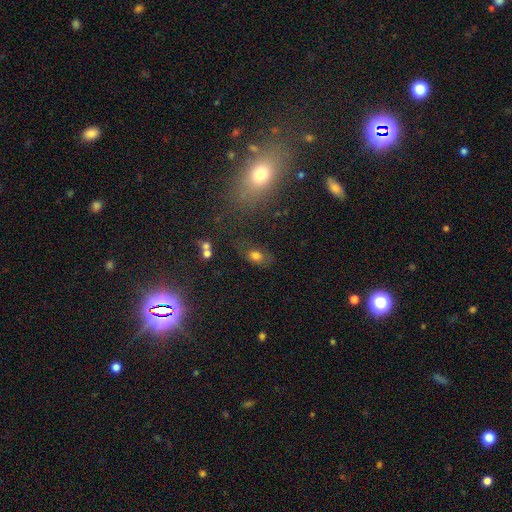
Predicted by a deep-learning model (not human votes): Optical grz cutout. It shows a smooth galaxy with no disk features (74%) that is in between round and cigar-shaped (80%). Merging: none (62%).